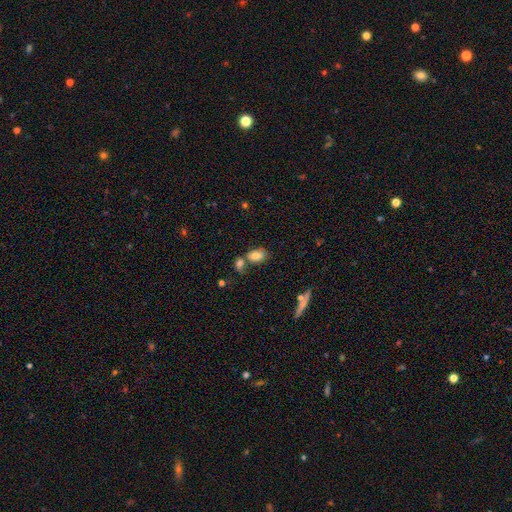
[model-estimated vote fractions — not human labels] This appears to be a smooth galaxy with no disk features (78%) that is in between round and cigar-shaped (84%). Merging: none (47%).